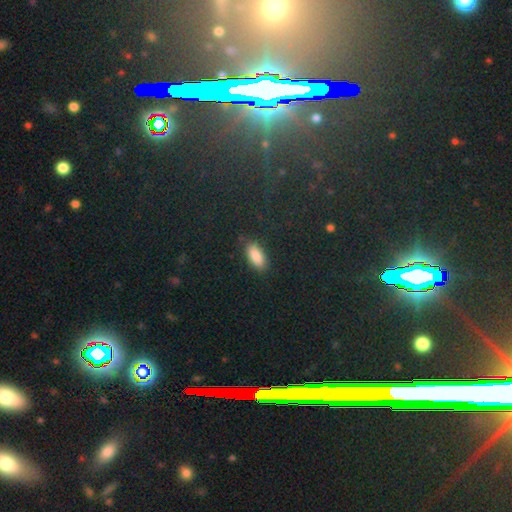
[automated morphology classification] This appears to be a smooth galaxy with no disk features (86%) that is in between round and cigar-shaped (89%). Merging: none (85%).